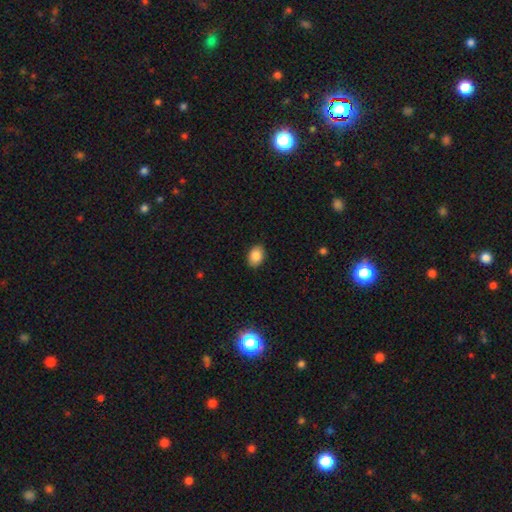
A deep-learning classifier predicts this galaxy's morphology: Smooth or featured?
  - smooth: 86% *
  - star or artifact: 8%
  - featured or disk: 6%
How rounded?
  - in between: 78% *
  - round: 21%
  - cigar-shaped: 1%
Merging?
  - none: 88% *
  - minor disturbance: 9%
  - major disturbance: 2%
  - merger: 1%